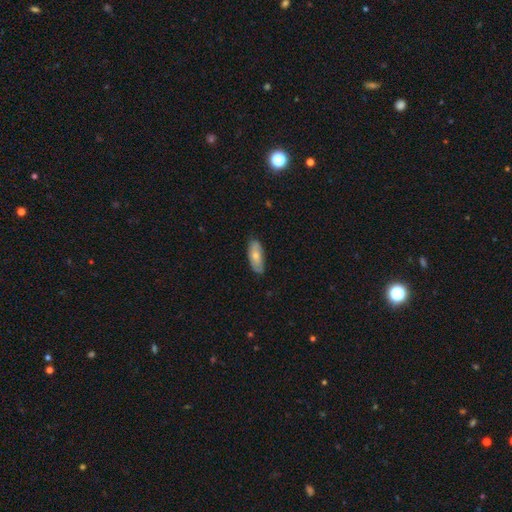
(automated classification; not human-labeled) Smooth or featured? Predicted: smooth (p=0.68). How rounded? Predicted: in between (p=0.80). Merging? Predicted: none (p=0.79).